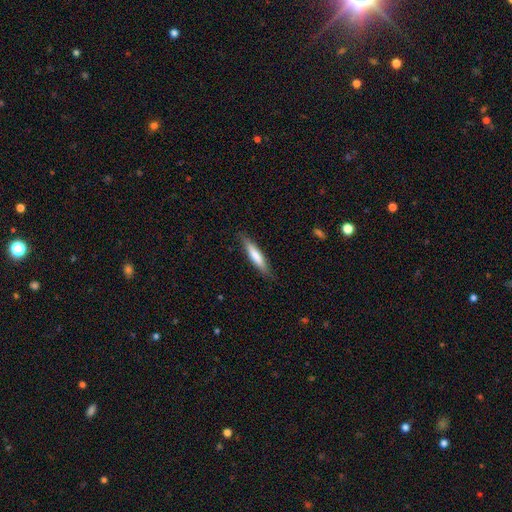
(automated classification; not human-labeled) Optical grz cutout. It shows a smooth galaxy with no disk features (71%) that is cigar-shaped (87%). Merging: none (85%).